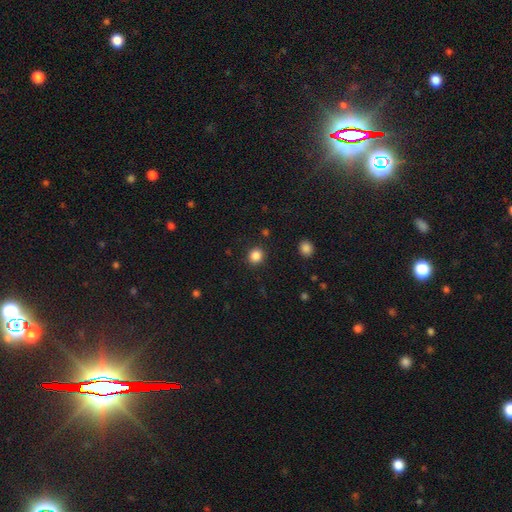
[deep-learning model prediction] A smooth galaxy with no disk features (86%) that is round (86%).

Vote fractions:
- Smooth or featured? smooth: 86% / star or artifact: 11% / featured or disk: 3%
- How rounded? round: 86% / in between: 13% / cigar-shaped: 1%
- Merging? none: 90% / minor disturbance: 6% / major disturbance: 3% / merger: 2%